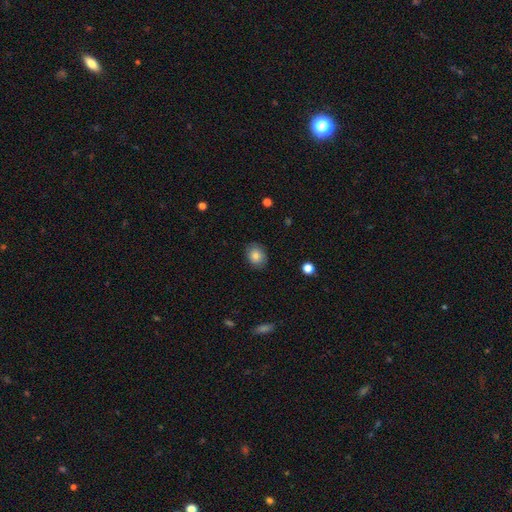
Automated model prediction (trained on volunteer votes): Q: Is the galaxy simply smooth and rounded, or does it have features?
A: smooth — 80%.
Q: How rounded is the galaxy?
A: round — 52%.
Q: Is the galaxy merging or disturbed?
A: none — 85%.